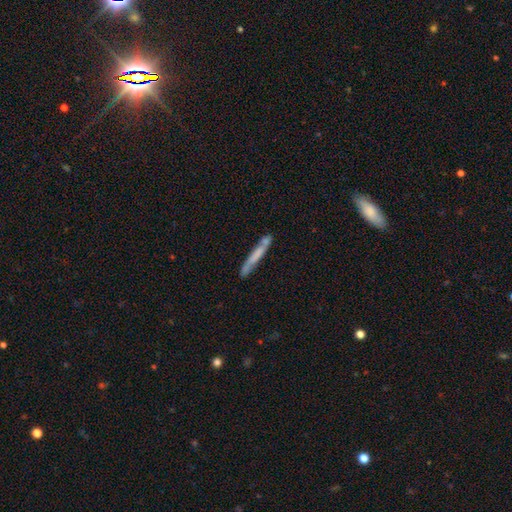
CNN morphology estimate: Smooth or featured? Predicted: smooth (p=0.60). How rounded? Predicted: cigar-shaped (p=0.95). Merging? Predicted: none (p=0.65).